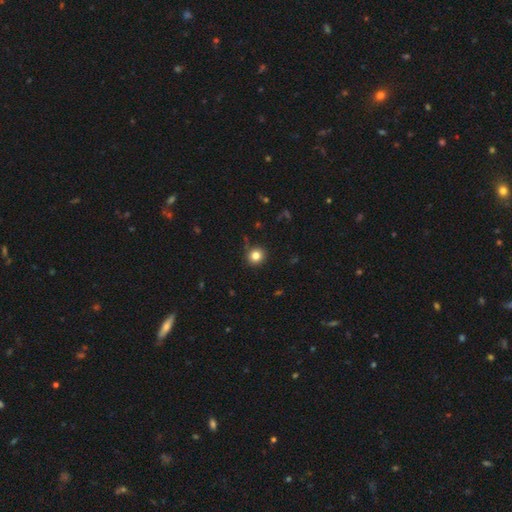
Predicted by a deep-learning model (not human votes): Overall: smooth (82%). How rounded: round (92%). Merging: none (89%).